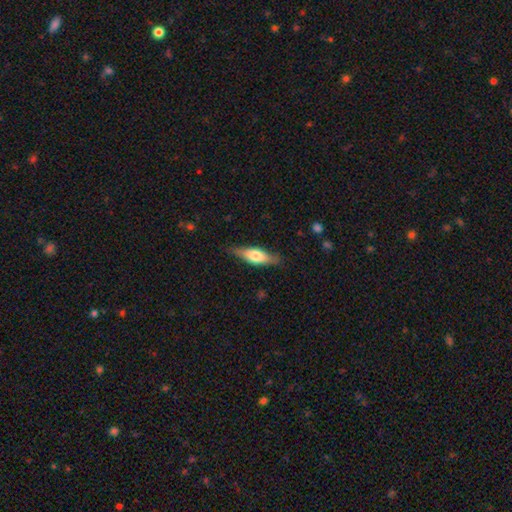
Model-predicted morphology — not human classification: smooth_or_featured: smooth (p=0.55) [alt: featured or disk p=0.39]
how_rounded: in between (p=0.53) [alt: cigar-shaped p=0.45]
merging: none (p=0.80) [alt: minor disturbance p=0.16]